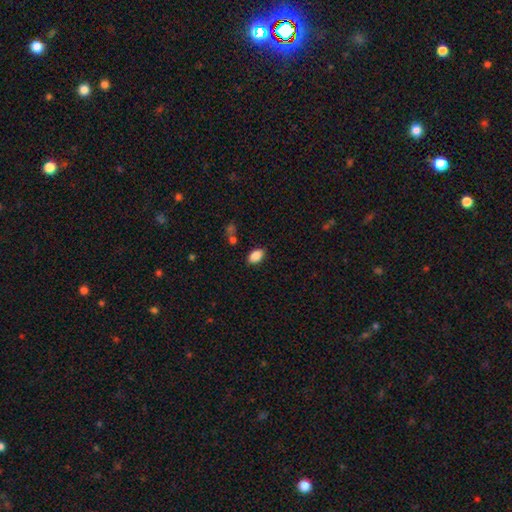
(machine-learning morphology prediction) Smooth or featured? smooth (88%)
How rounded? in between (91%)
Merging? none (85%)